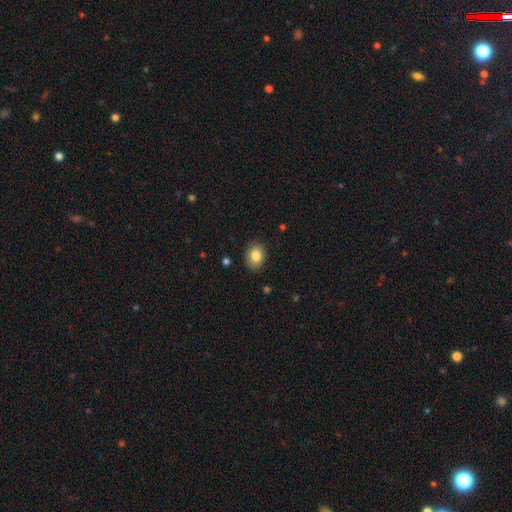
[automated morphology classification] smooth-or-featured: smooth: 83% | star or artifact: 9% | featured or disk: 8%
  how-rounded: in between: 63% | round: 36% | cigar-shaped: 1%
  merging: none: 88% | minor disturbance: 9% | major disturbance: 2% | merger: 1%